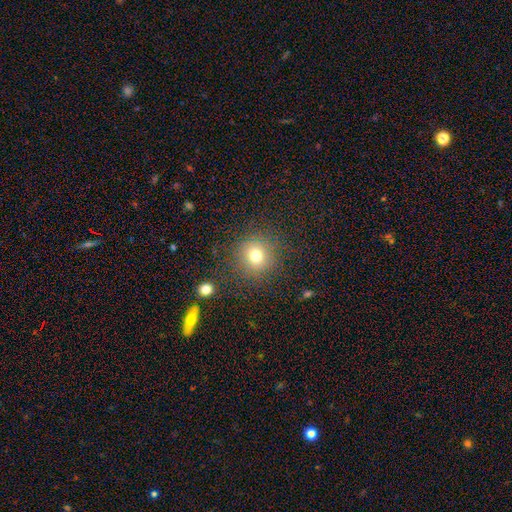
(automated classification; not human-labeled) Overall: smooth (75%). How rounded: round (90%). Merging: none (85%).